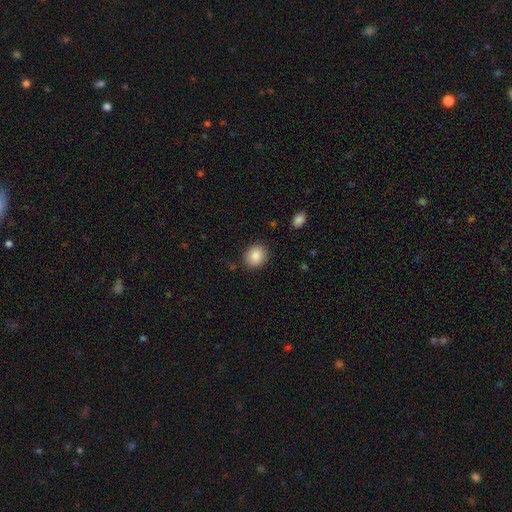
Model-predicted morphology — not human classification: Smooth or featured? smooth (87%)
How rounded? round (66%)
Merging? none (86%)